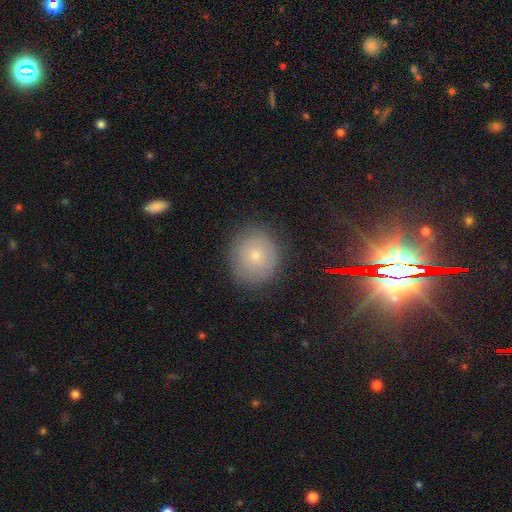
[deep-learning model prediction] Overall: smooth (67%). How rounded: round (80%). Merging: none (84%).